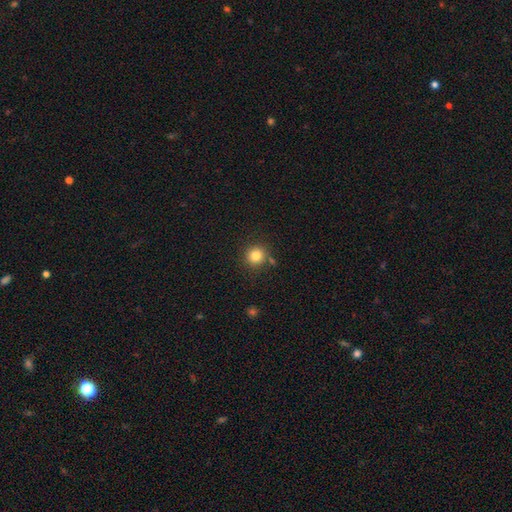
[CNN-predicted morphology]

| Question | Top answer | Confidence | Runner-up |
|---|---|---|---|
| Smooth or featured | smooth | 82% | star or artifact (12%) |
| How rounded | round | 92% | in between (7%) |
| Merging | none | 82% | minor disturbance (9%) |